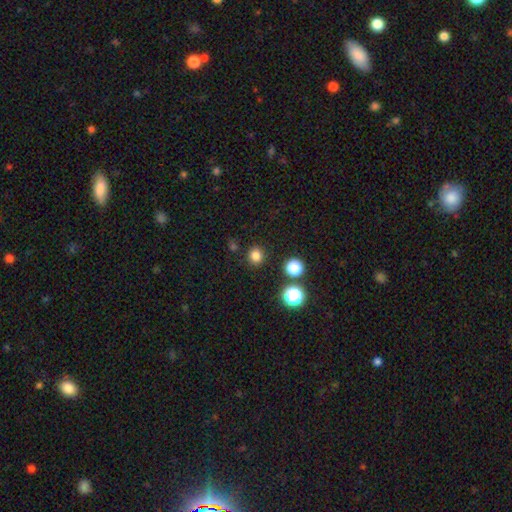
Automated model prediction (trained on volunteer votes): smooth-or-featured: smooth: 80% | star or artifact: 16% | featured or disk: 4%
  how-rounded: round: 91% | in between: 8% | cigar-shaped: 1%
  merging: none: 90% | minor disturbance: 6% | merger: 2% | major disturbance: 2%